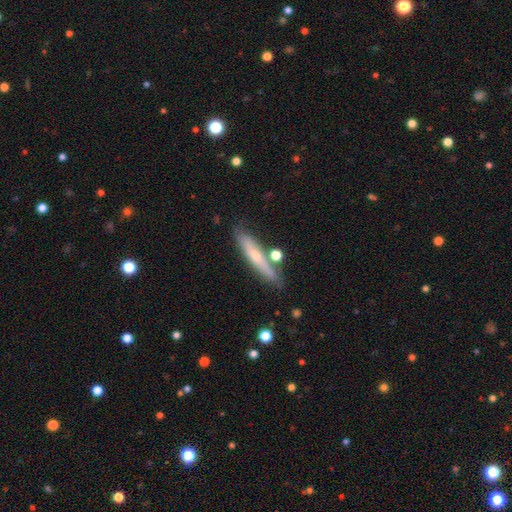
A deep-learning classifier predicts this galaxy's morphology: Overall: featured or disk (47%; smooth 46%). Merging: none (76%).